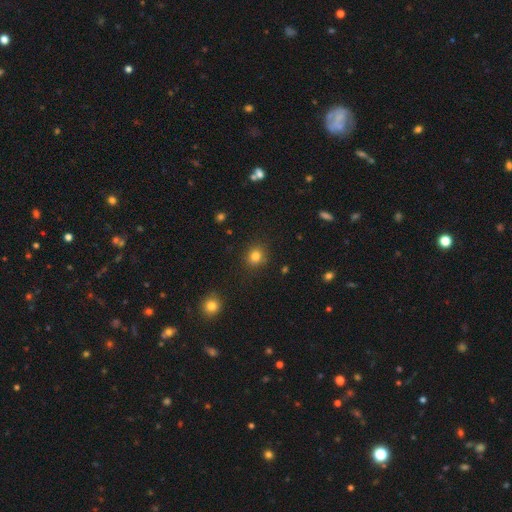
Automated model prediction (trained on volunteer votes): This is clearly a smooth galaxy (82%). How rounded: clearly round (82%). Merging: clearly none (86%).